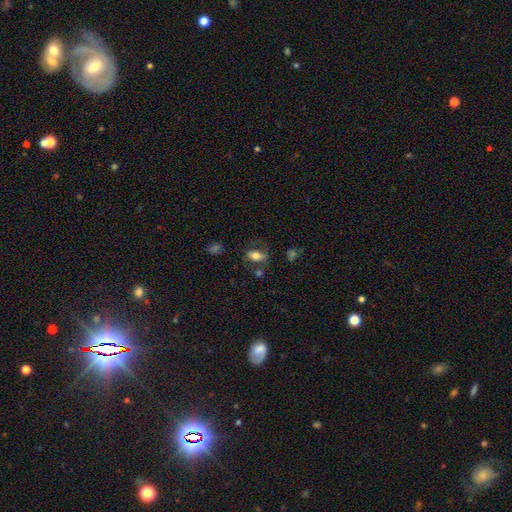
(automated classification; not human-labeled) smooth_or_featured: smooth (p=0.68) [alt: featured or disk p=0.24]
how_rounded: in between (p=0.85) [alt: cigar-shaped p=0.08]
merging: none (p=0.68) [alt: minor disturbance p=0.18]